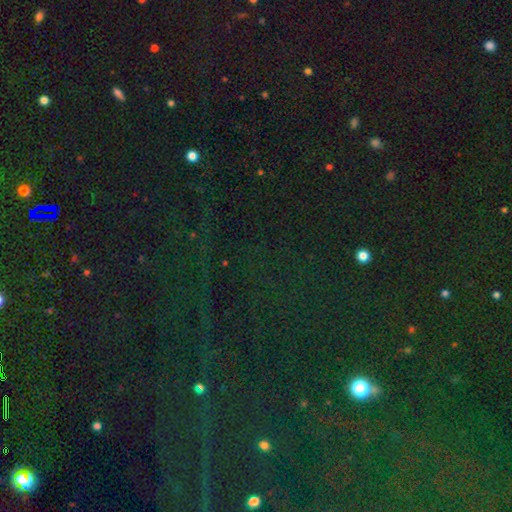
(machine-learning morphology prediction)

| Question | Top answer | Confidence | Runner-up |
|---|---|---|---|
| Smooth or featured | star or artifact | 80% | smooth (13%) |